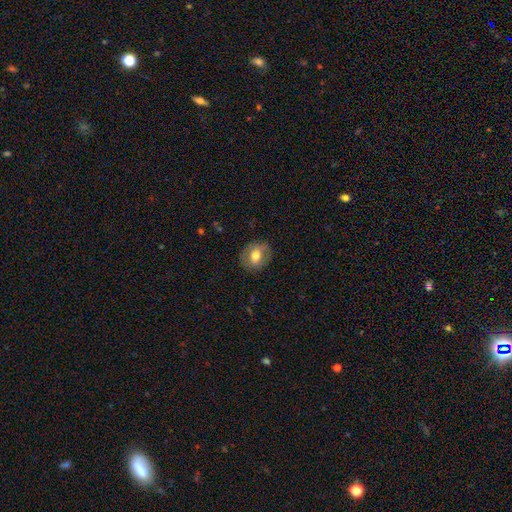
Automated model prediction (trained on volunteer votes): Overall: smooth (62%; featured or disk 30%). How rounded: round (61%; in between 38%). Merging: none (81%).